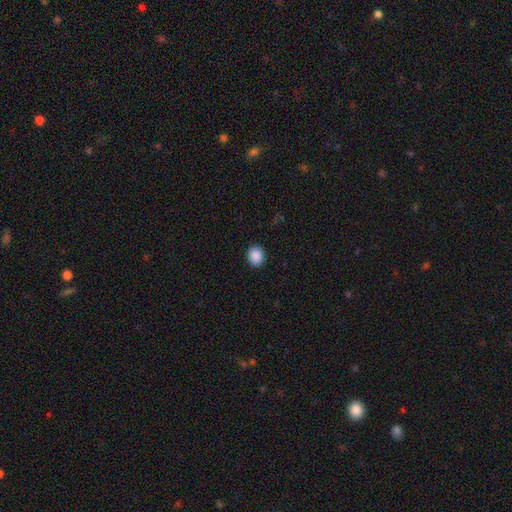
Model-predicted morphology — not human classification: This is clearly a smooth galaxy (89%). How rounded: likely round (64%). Merging: clearly none (91%).